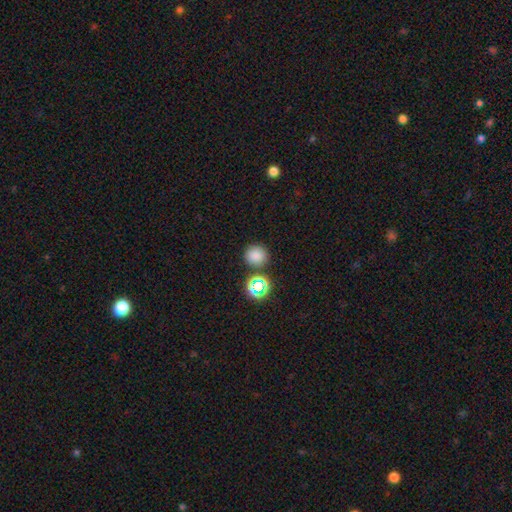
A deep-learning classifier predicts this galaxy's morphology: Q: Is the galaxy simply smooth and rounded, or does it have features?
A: smooth — 78%.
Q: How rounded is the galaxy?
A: round — 88%.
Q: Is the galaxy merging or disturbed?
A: none — 81%.